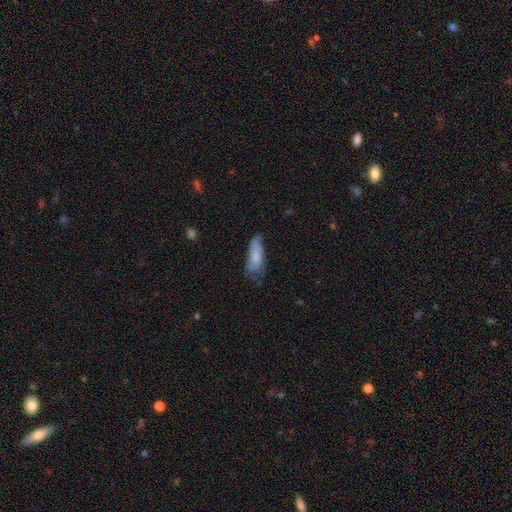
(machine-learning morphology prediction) This is likely a smooth galaxy (68%). How rounded: likely in between (68%). Merging: marginally none (44%).